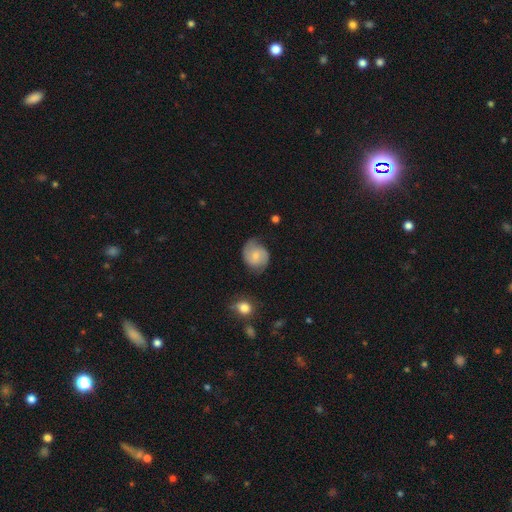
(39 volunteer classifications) A featured or disk galaxy (56%) with no bar (59%), 2 (94%) medium (59%) spiral arms (77%) and a small central bulge (64%).

Vote fractions:
- Smooth or featured? featured or disk: 56% / smooth: 41% / star or artifact: 3%
- Edge-on disk? no: 100% / yes: 0%
- Bar? no: 59% / weak: 41% / strong: 0%
- Spiral arms? yes: 77% / no: 23%
- Spiral winding? medium: 59% / tight: 24% / loose: 18%
- Spiral arm count? 2: 94% / 1: 6% / 3: 0% / 4: 0% / more than 4: 0% / can't tell: 0%
- Bulge size? small: 64% / moderate: 32% / none: 5% / dominant: 0% / large: 0%
- Merging? none: 58% / minor disturbance: 34% / major disturbance: 8% / merger: 0%